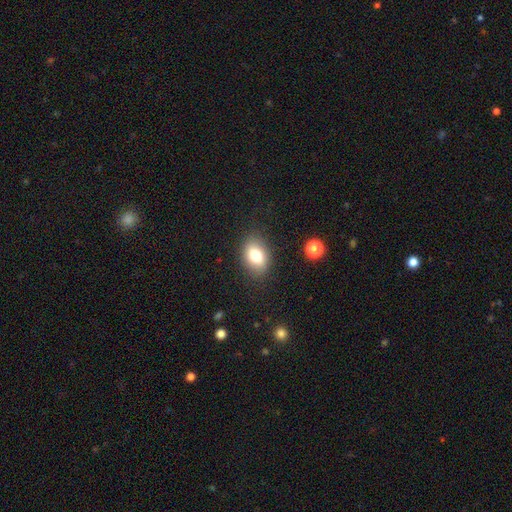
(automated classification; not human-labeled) A smooth galaxy with no disk features (78%) that is in between round and cigar-shaped (78%).

Vote fractions:
- Smooth or featured? smooth: 78% / featured or disk: 13% / star or artifact: 9%
- How rounded? in between: 78% / round: 20% / cigar-shaped: 1%
- Merging? none: 84% / minor disturbance: 11% / major disturbance: 4% / merger: 1%